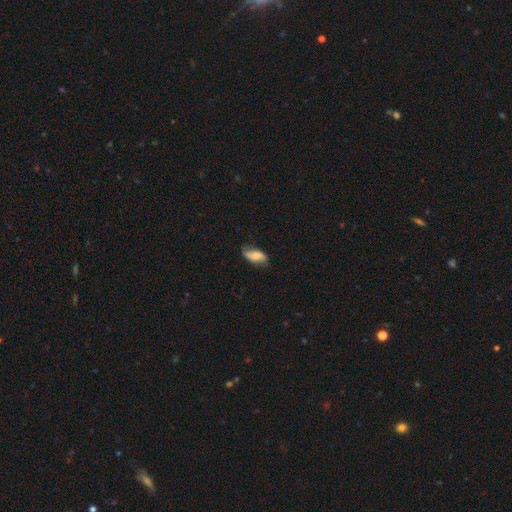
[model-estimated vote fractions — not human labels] A smooth galaxy with no disk features (50%). Merging: none (69%).